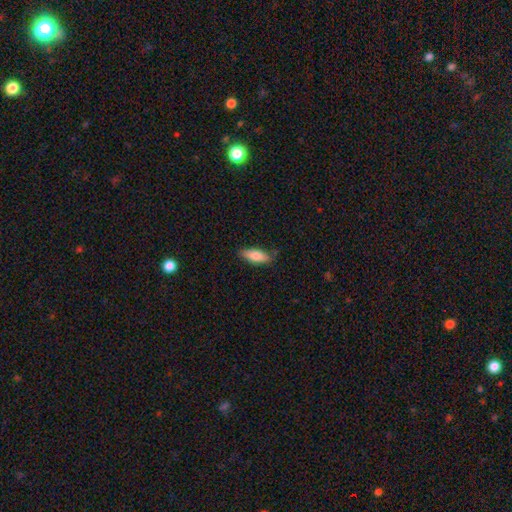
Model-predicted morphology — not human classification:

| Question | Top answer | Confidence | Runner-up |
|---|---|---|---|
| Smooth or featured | smooth | 80% | featured or disk (14%) |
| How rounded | in between | 71% | cigar-shaped (26%) |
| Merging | none | 77% | minor disturbance (18%) |